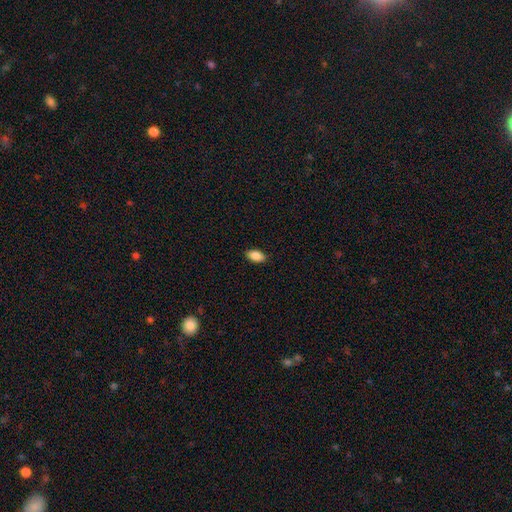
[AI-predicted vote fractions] Overall: smooth (87%). How rounded: in between (91%). Merging: none (88%).